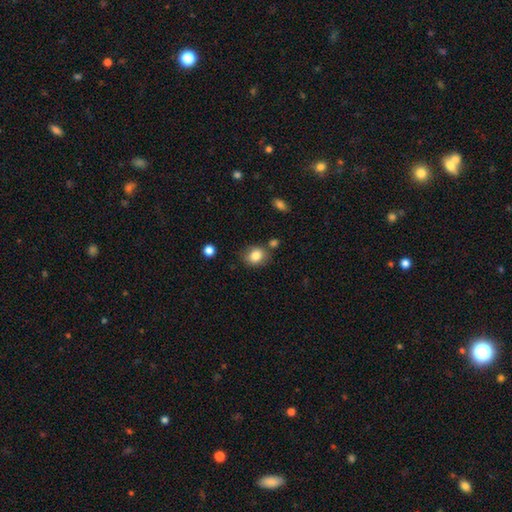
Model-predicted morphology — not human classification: smooth-or-featured: smooth: 83% | star or artifact: 10% | featured or disk: 7%
  how-rounded: round: 57% | in between: 42% | cigar-shaped: 1%
  merging: none: 74% | minor disturbance: 15% | merger: 8% | major disturbance: 4%